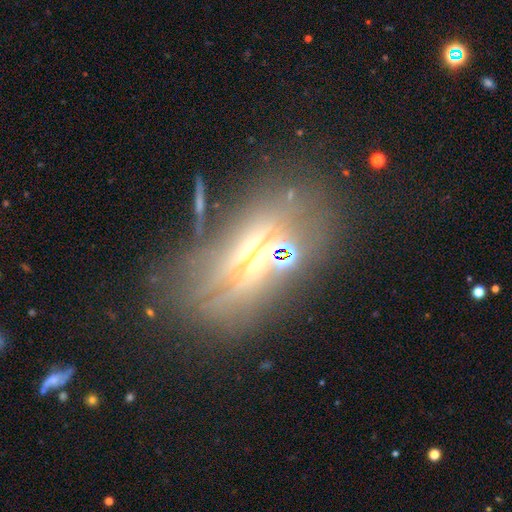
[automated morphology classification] This appears to be a featured or disk galaxy (62%) viewed edge-on (69%). Merging: none (67%).